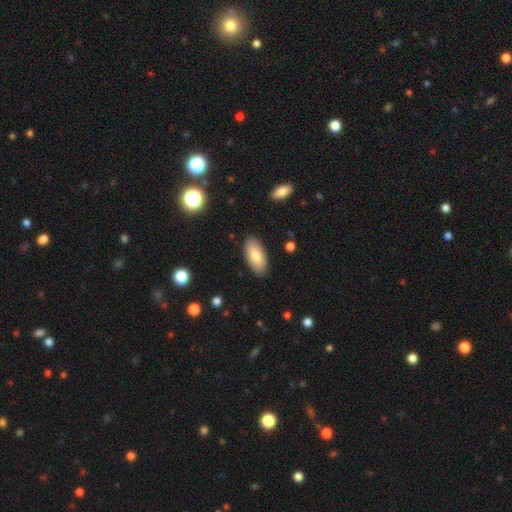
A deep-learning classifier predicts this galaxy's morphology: smooth_or_featured: smooth (p=0.78) [alt: featured or disk p=0.16]
how_rounded: in between (p=0.92) [alt: cigar-shaped p=0.06]
merging: none (p=0.87) [alt: minor disturbance p=0.09]